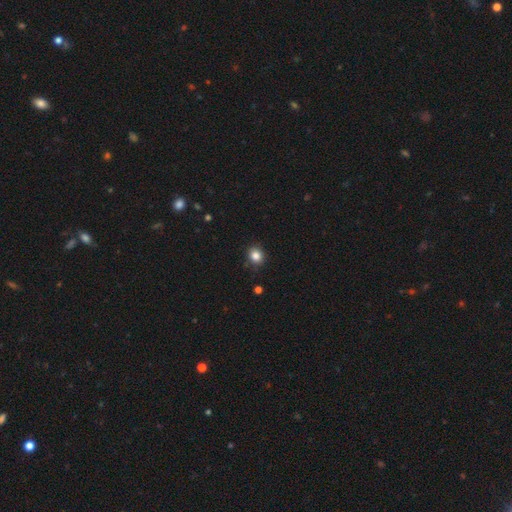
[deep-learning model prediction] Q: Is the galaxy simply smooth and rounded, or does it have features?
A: smooth — 84%.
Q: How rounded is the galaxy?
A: round — 77%.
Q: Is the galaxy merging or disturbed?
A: none — 86%.